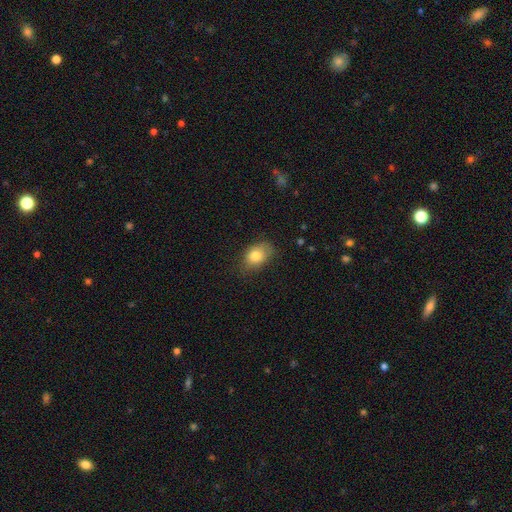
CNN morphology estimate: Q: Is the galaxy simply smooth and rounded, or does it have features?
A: smooth — 79%.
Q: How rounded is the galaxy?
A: in between — 78%.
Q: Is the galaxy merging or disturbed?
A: none — 70%.